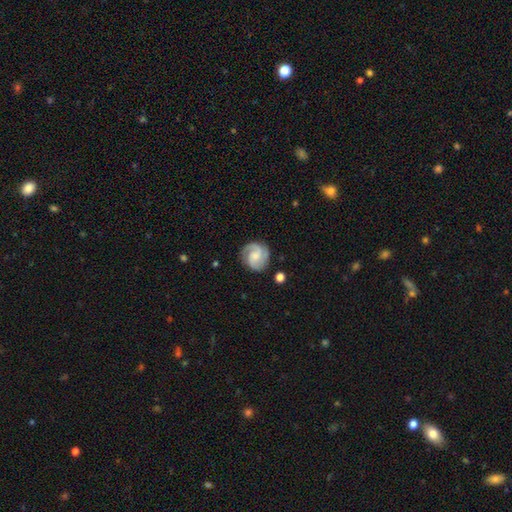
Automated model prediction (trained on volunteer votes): Smooth or featured: featured or disk — 80% (smooth — 15%)
Edge-on disk: no — 98% (yes — 2%)
Bar: no — 50% (weak — 42%)
Spiral arms: yes — 97% (no — 3%)
Spiral winding: medium — 46% (tight — 40%)
Spiral arm count: 2 — 70% (3 — 15%)
Bulge size: small — 36% (moderate — 31%)
Merging: none — 80% (minor disturbance — 14%)